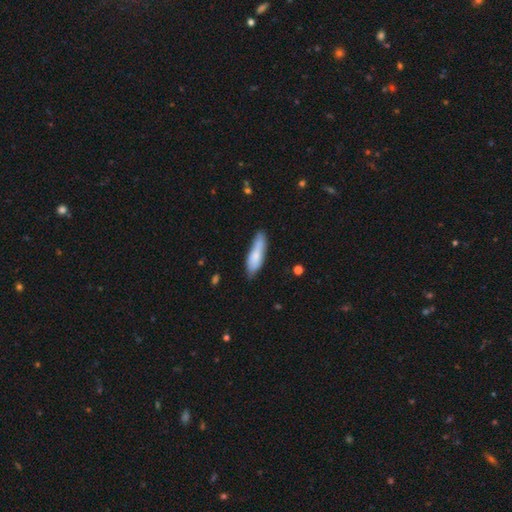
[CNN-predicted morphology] smooth-or-featured: smooth: 73% | featured or disk: 21% | star or artifact: 6%
  how-rounded: cigar-shaped: 57% | in between: 41% | round: 2%
  merging: none: 63% | minor disturbance: 28% | major disturbance: 5% | merger: 4%